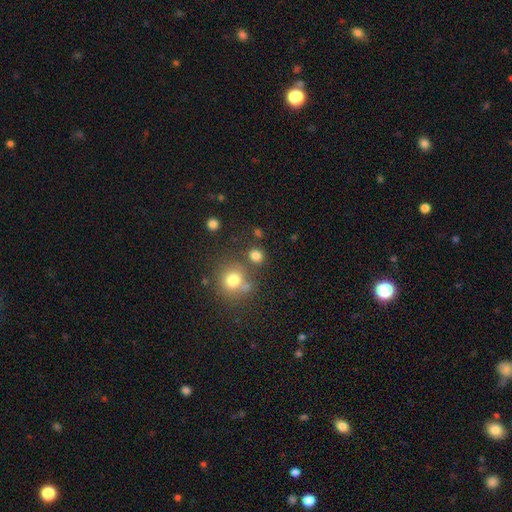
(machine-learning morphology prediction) The model was most divided on "merging": none: 72%, merger: 14%, minor disturbance: 10%, major disturbance: 4%. More confident: how rounded — round (81%); smooth or featured — smooth (79%).